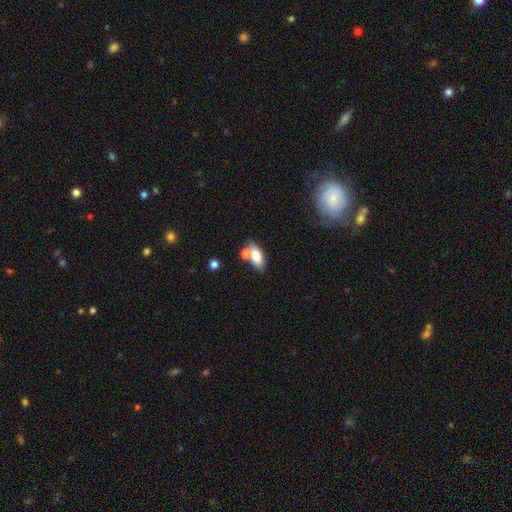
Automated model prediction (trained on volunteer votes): Q: Smooth or featured?
A: smooth (75%); runner-up: featured or disk (17%)
Q: How rounded?
A: in between (86%); runner-up: cigar-shaped (10%)
Q: Merging?
A: none (55%); runner-up: merger (27%)